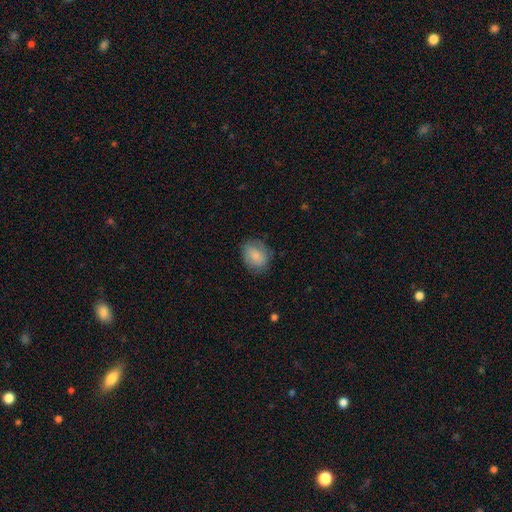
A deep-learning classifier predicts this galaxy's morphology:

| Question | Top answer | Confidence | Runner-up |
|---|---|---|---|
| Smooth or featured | smooth | 81% | featured or disk (11%) |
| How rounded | round | 50% | in between (49%) |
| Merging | none | 75% | minor disturbance (19%) |